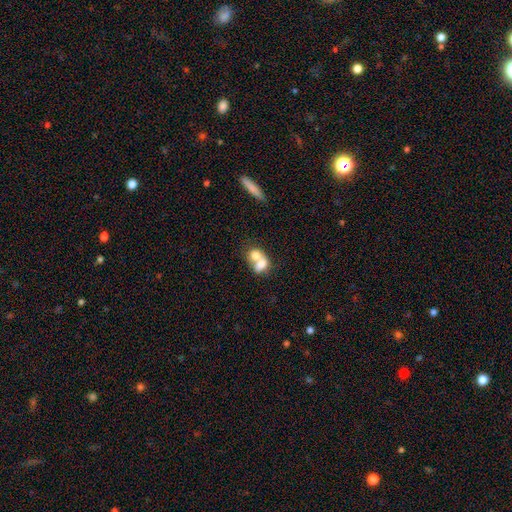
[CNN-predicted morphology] type=smooth (70%); roundness=in between (58%); merging=merger (73%).